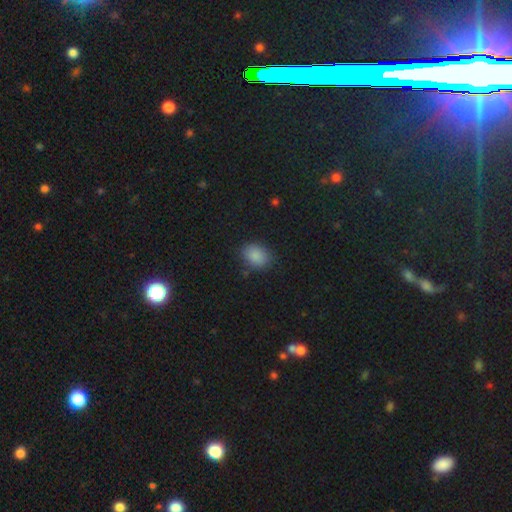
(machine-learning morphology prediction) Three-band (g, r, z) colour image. It shows a smooth galaxy with no disk features (86%) that is in between round and cigar-shaped (62%). Merging: none (82%).